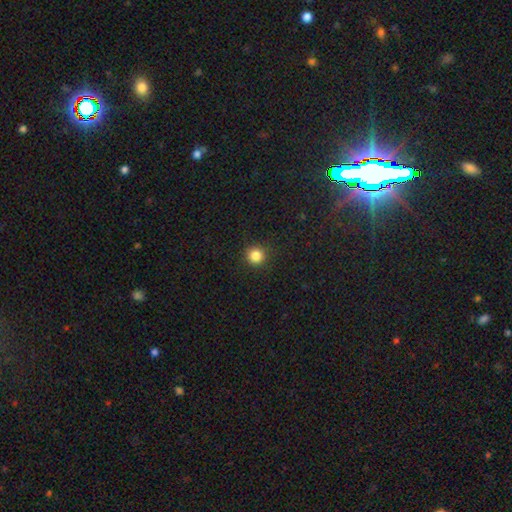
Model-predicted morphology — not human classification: type=smooth (85%); roundness=round (95%); merging=none (92%).